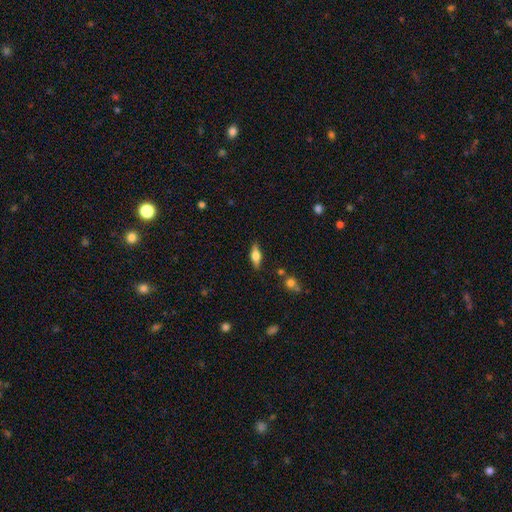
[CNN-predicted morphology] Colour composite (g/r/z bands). It shows a smooth galaxy with no disk features (51%) that is in between round and cigar-shaped (65%). Merging: none (85%).